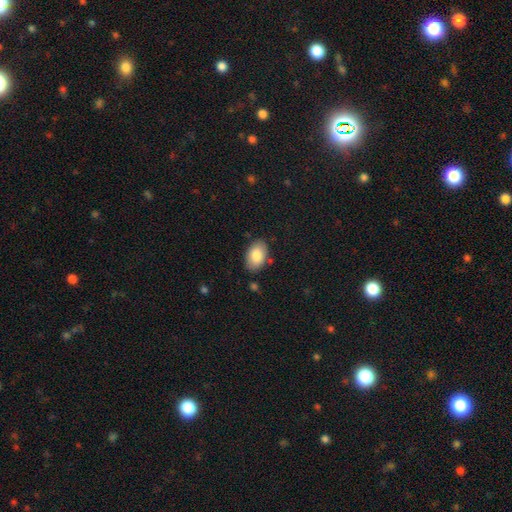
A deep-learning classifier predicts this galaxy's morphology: This appears to be a smooth galaxy with no disk features (83%) that is in between round and cigar-shaped (90%). Merging: none (82%).